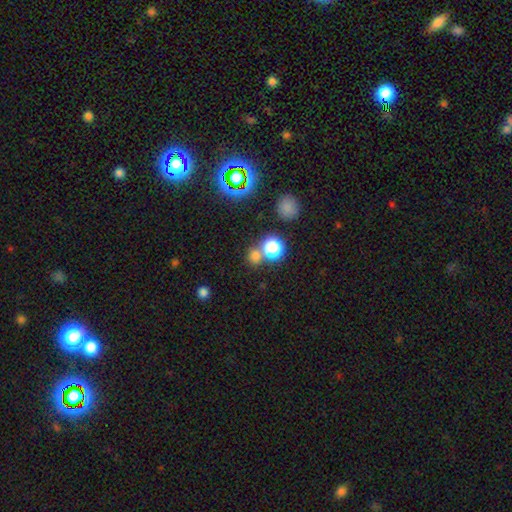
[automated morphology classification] This appears to be a smooth galaxy with no disk features (67%) that is round (83%). Merging: none (60%).